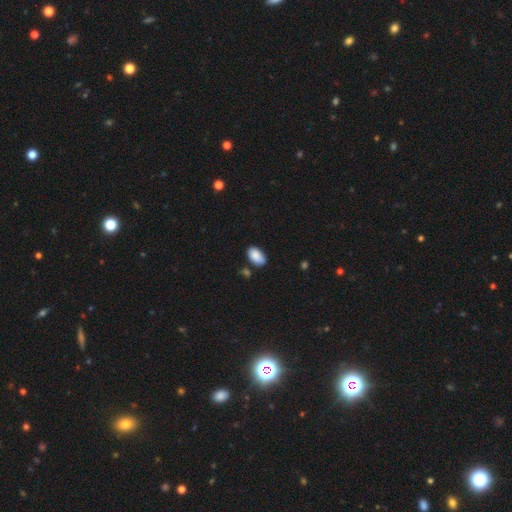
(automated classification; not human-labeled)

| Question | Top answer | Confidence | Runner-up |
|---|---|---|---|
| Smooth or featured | smooth | 88% | star or artifact (7%) |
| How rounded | in between | 94% | round (5%) |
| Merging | none | 74% | minor disturbance (17%) |